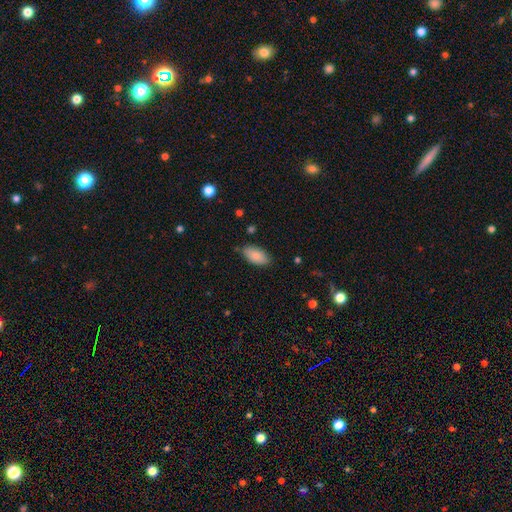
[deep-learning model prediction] Q: Smooth or featured?
A: smooth (87%); runner-up: star or artifact (7%)
Q: How rounded?
A: in between (93%); runner-up: cigar-shaped (5%)
Q: Merging?
A: none (82%); runner-up: minor disturbance (14%)